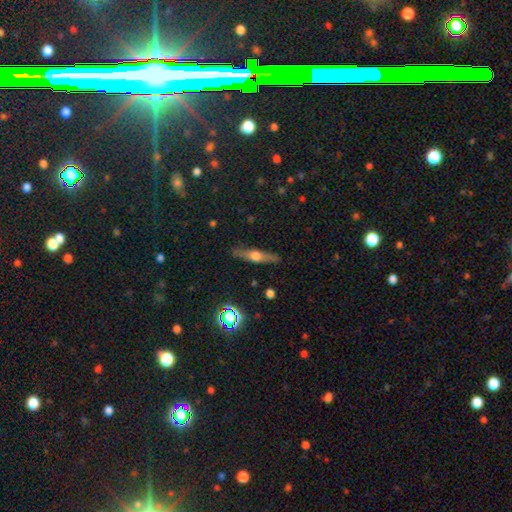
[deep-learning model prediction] featured or disk 58%, smooth 34%, star or artifact 8%. Down the decision tree: edge-on disk — yes (93%); edge-on bulge — rounded (91%); merging — none (87%).